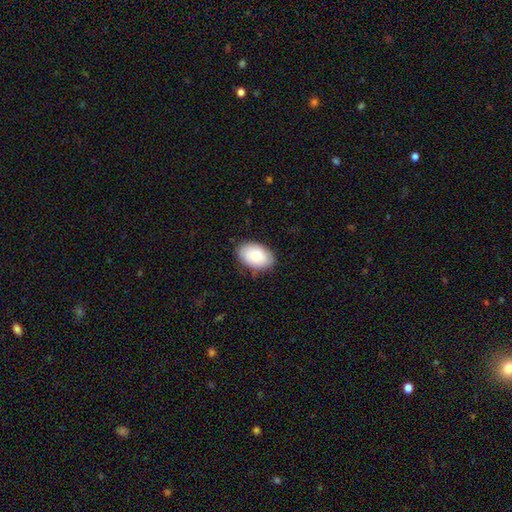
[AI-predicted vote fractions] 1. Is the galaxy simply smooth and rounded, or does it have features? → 83% smooth, 11% featured or disk, 6% star or artifact.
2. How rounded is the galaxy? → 91% in between, 8% round, 1% cigar-shaped.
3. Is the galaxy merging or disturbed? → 83% none, 13% minor disturbance, 3% major disturbance, 1% merger.